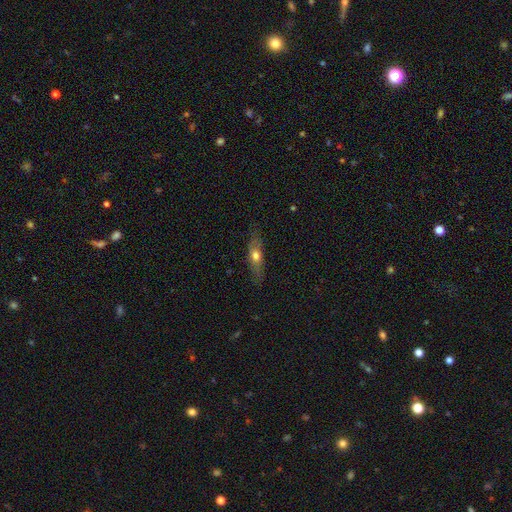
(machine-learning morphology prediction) smooth-or-featured: smooth: 51% | featured or disk: 42% | star or artifact: 7%
  how-rounded: cigar-shaped: 56% | in between: 39% | round: 5%
  merging: none: 79% | minor disturbance: 16% | major disturbance: 4% | merger: 1%